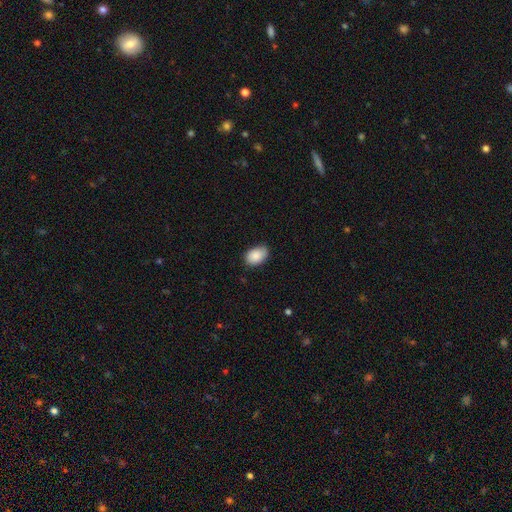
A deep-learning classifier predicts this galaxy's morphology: The model was most divided on "merging": none: 75%, minor disturbance: 21%, major disturbance: 3%, merger: 1%. More confident: smooth or featured — smooth (87%); how rounded — in between (86%).